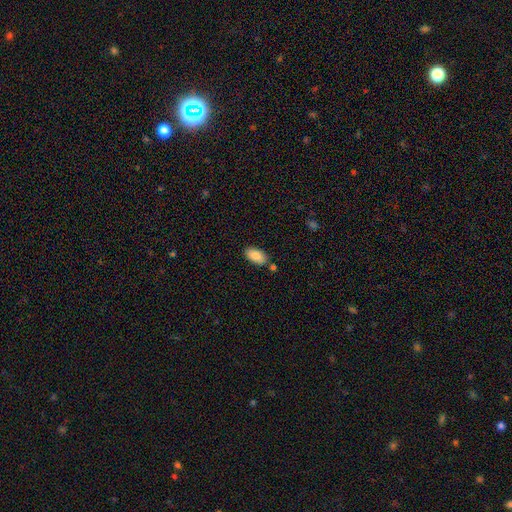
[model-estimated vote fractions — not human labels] A smooth galaxy with no disk features (86%) that is in between round and cigar-shaped (94%). Merging: none (78%).